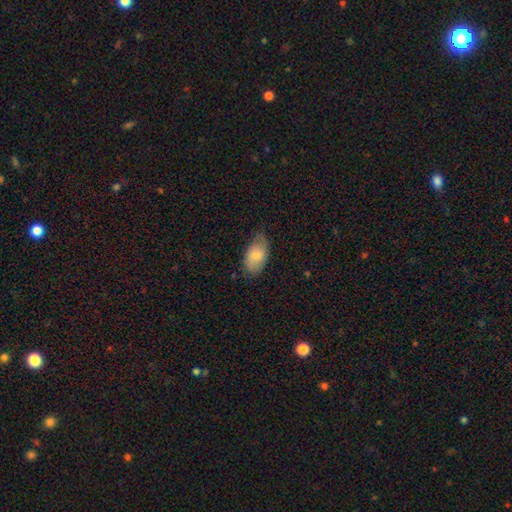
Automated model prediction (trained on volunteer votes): Overall: smooth (78%). How rounded: in between (94%). Merging: none (69%).